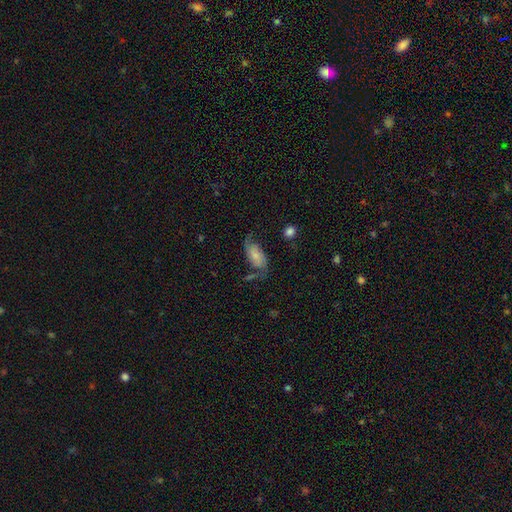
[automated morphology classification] A featured or disk galaxy (56%) with no bar (63%), spiral arms (89%) and a small central bulge (51%). Merging: none (51%).